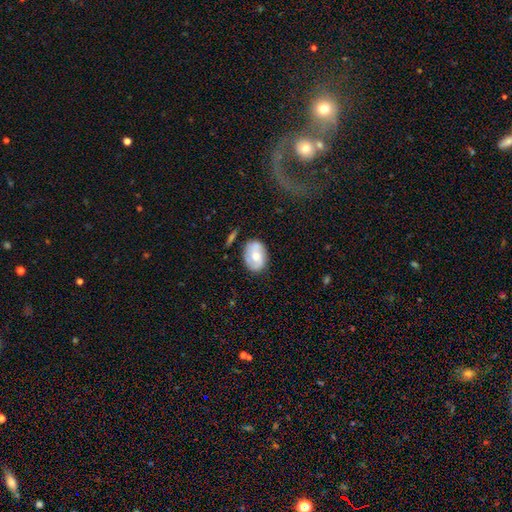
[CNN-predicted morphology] Smooth or featured? featured or disk (50%)
Merging? none (69%)